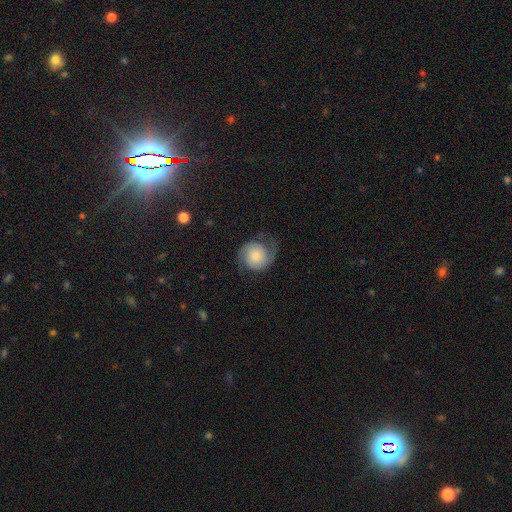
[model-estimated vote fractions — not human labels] A featured or disk galaxy (64%) with no bar (75%), 2 (84%) medium (42%) spiral arms (94%) and a small central bulge (40%). Merging: none (65%).